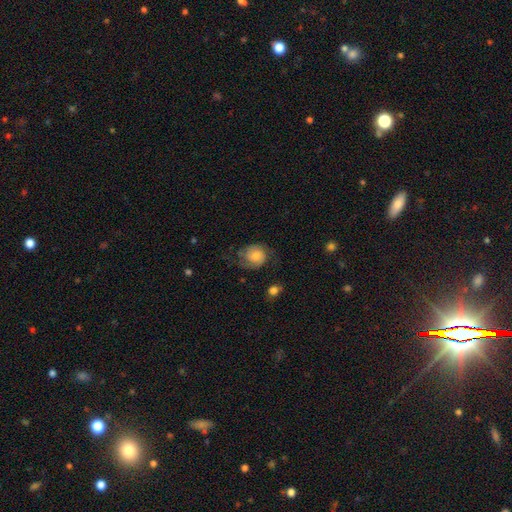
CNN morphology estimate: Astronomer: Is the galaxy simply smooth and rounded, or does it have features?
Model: featured or disk — 48% (runner-up: smooth, 43%).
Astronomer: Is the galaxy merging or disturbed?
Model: none — 60%.